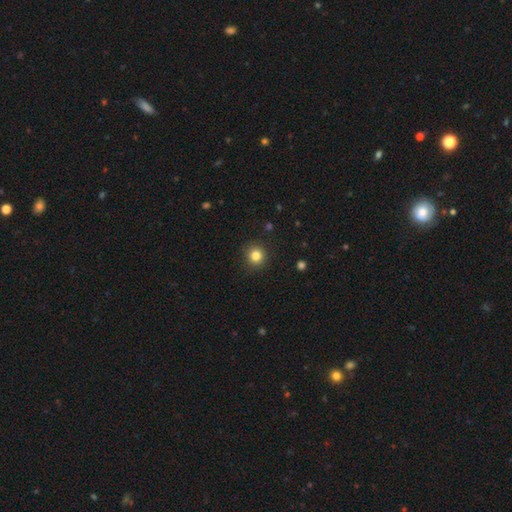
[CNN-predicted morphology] smooth-or-featured: smooth: 82% | star or artifact: 12% | featured or disk: 6%
  how-rounded: round: 93% | in between: 6% | cigar-shaped: 1%
  merging: none: 91% | minor disturbance: 6% | major disturbance: 2% | merger: 1%